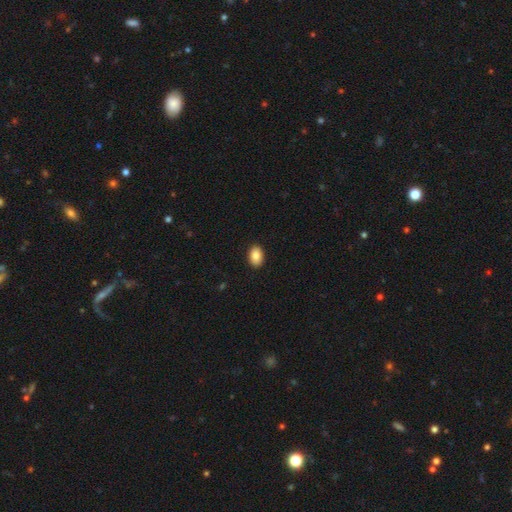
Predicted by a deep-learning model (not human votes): Smooth or featured?
  - smooth: 87% *
  - star or artifact: 7%
  - featured or disk: 6%
How rounded?
  - in between: 85% *
  - round: 14%
  - cigar-shaped: 1%
Merging?
  - none: 90% *
  - minor disturbance: 7%
  - major disturbance: 2%
  - merger: 1%